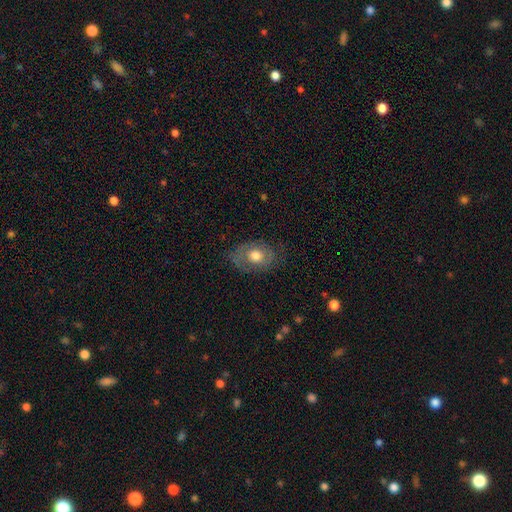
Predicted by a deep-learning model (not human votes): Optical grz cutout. It shows a smooth galaxy with no disk features (55%) that is in between round and cigar-shaped (68%). Merging: none (69%).